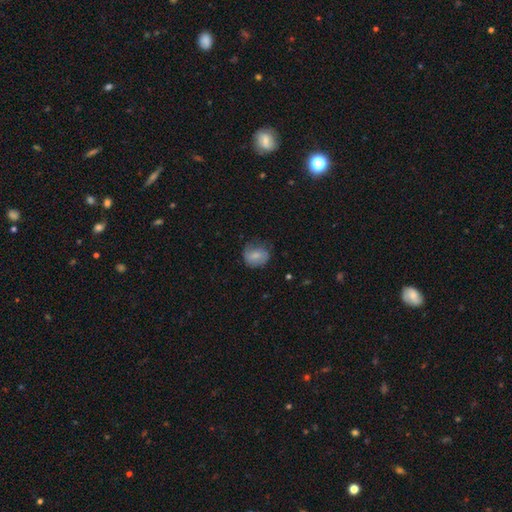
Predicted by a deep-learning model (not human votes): smooth_or_featured: smooth (p=0.72) [alt: featured or disk p=0.21]
how_rounded: round (p=0.67) [alt: in between p=0.32]
merging: none (p=0.59) [alt: minor disturbance p=0.29]